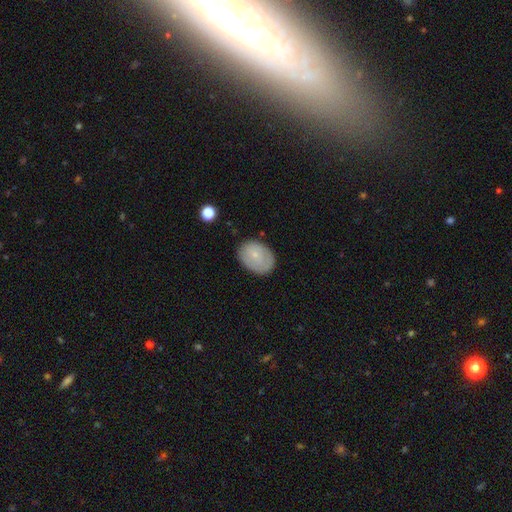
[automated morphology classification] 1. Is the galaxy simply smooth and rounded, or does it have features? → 67% smooth, 26% featured or disk, 7% star or artifact.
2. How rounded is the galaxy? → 72% in between, 27% round, 1% cigar-shaped.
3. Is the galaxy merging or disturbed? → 78% none, 17% minor disturbance, 4% major disturbance, 1% merger.